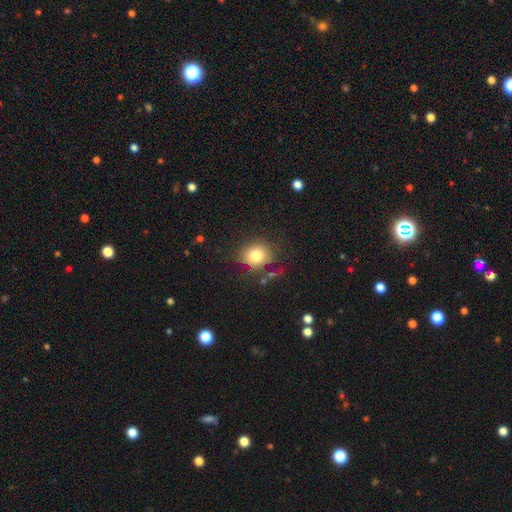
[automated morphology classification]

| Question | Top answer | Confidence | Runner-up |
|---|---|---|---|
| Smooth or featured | smooth | 79% | star or artifact (10%) |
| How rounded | round | 74% | in between (25%) |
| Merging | none | 75% | minor disturbance (15%) |